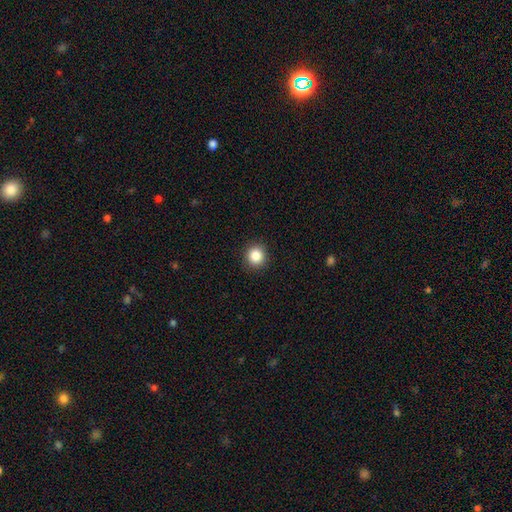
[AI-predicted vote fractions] smooth 86%, star or artifact 10%, featured or disk 4%. Down the decision tree: how rounded — round (91%); merging — none (91%).